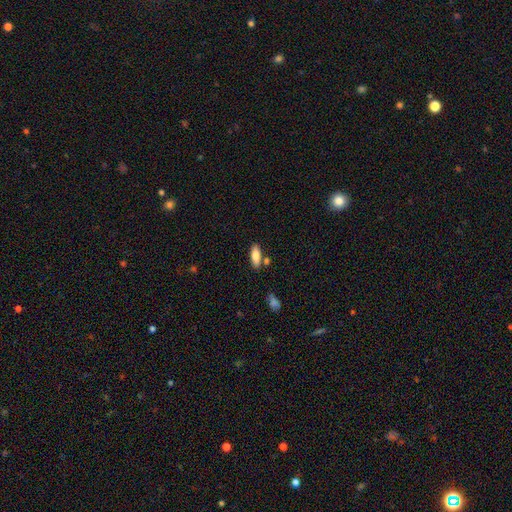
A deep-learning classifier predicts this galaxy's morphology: Q: Smooth or featured?
A: smooth (78%); runner-up: featured or disk (15%)
Q: How rounded?
A: in between (72%); runner-up: cigar-shaped (26%)
Q: Merging?
A: none (77%); runner-up: minor disturbance (12%)